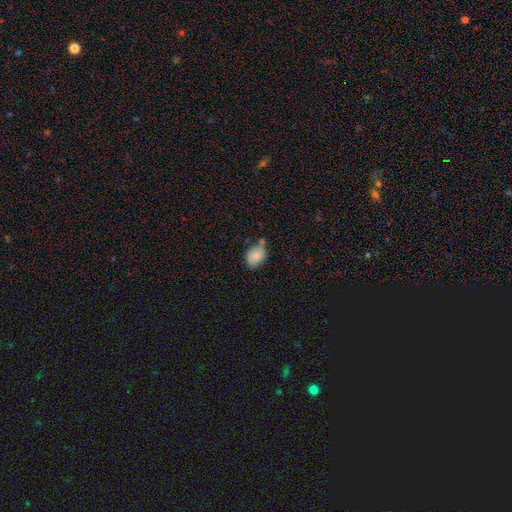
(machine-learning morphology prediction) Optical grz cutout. It shows a smooth galaxy with no disk features (80%) that is in between round and cigar-shaped (71%). Merging: none (51%).